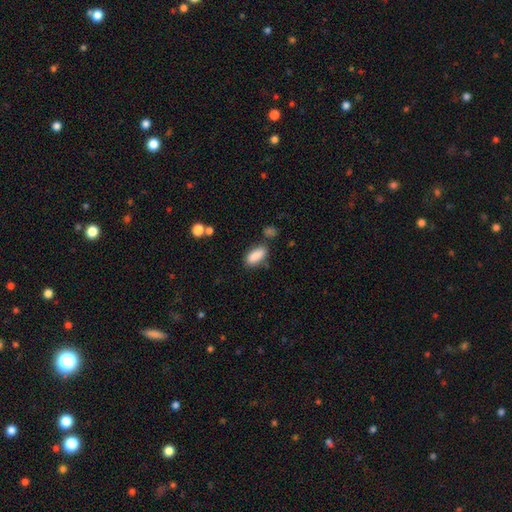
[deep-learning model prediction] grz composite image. It shows a smooth galaxy with no disk features (88%) that is in between round and cigar-shaped (85%). Merging: none (73%).